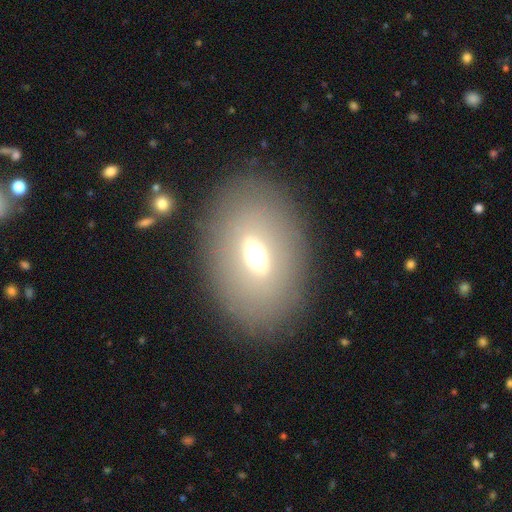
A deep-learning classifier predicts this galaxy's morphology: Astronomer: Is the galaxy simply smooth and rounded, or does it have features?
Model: smooth — 50% (runner-up: featured or disk, 38%).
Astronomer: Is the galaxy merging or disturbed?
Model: none — 82%.